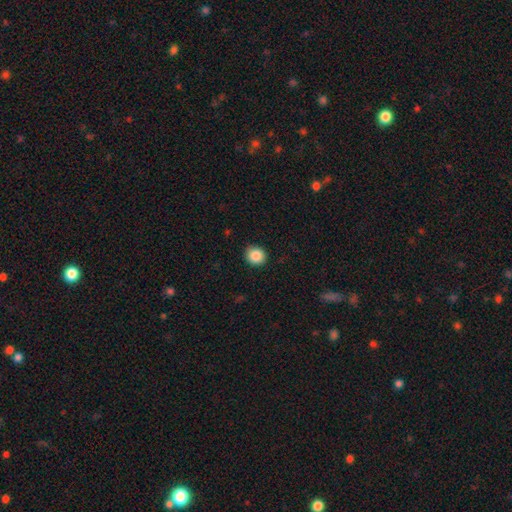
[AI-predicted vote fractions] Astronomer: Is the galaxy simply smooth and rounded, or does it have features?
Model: smooth — 87%.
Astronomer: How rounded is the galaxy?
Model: round — 86%.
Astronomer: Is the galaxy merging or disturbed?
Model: none — 89%.